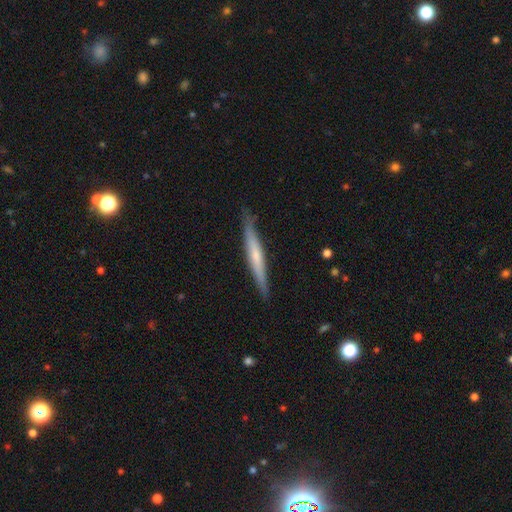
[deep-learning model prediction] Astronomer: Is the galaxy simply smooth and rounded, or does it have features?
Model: featured or disk — 48% (runner-up: smooth, 46%).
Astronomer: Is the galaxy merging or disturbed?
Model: none — 87%.